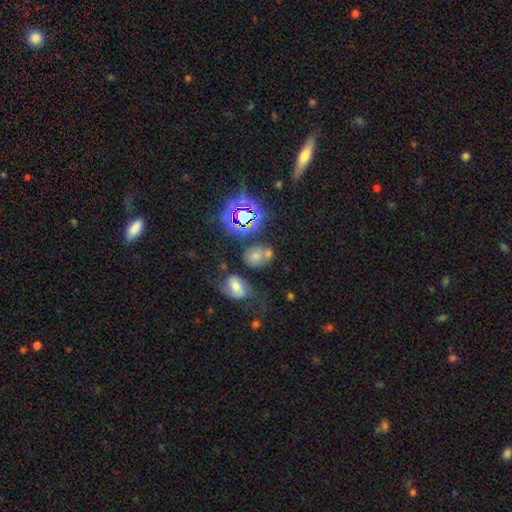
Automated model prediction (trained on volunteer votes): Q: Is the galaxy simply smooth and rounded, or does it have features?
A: smooth — 59%.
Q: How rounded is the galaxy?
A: in between — 55%.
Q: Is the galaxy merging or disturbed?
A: none — 49%.